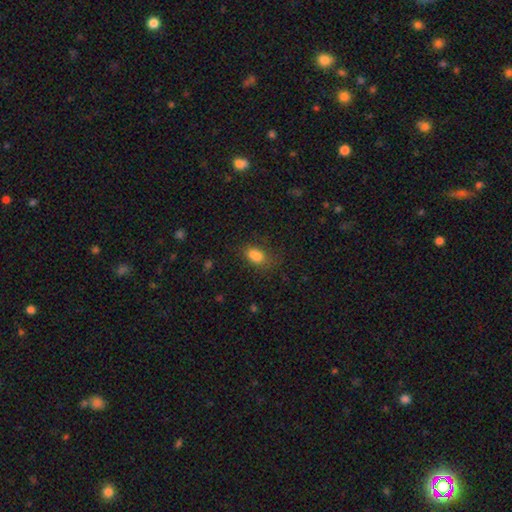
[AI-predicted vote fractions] smooth_or_featured: smooth (p=0.79) [alt: star or artifact p=0.12]
how_rounded: in between (p=0.80) [alt: round p=0.18]
merging: none (p=0.54) [alt: minor disturbance p=0.23]